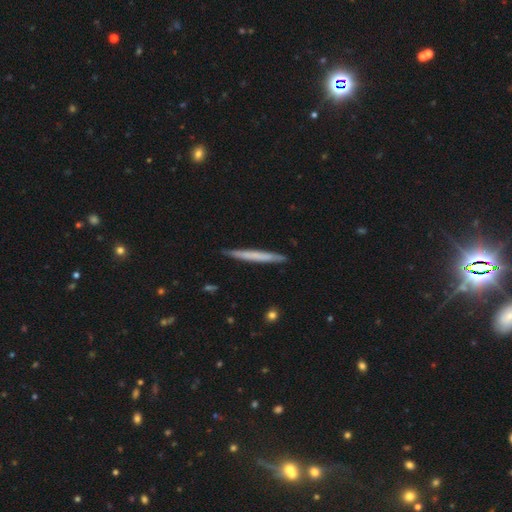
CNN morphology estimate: A smooth galaxy with no disk features (55%) that is cigar-shaped (97%).

Vote fractions:
- Smooth or featured? smooth: 55% / featured or disk: 40% / star or artifact: 5%
- How rounded? cigar-shaped: 97% / in between: 2% / round: 1%
- Merging? none: 89% / minor disturbance: 8% / major disturbance: 1% / merger: 1%